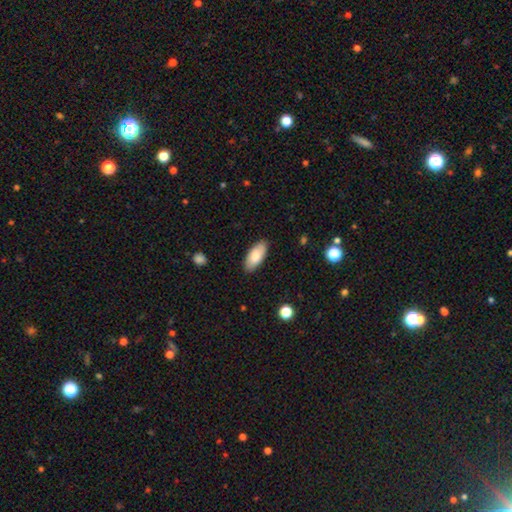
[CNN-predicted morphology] Smooth or featured: smooth — 83% (featured or disk — 11%)
How rounded: in between — 89% (cigar-shaped — 10%)
Merging: none — 87% (minor disturbance — 10%)